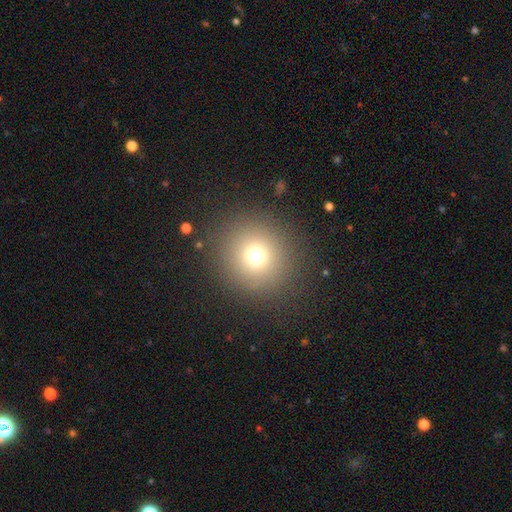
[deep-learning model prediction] Smooth or featured? smooth (71%)
How rounded? round (94%)
Merging? none (88%)